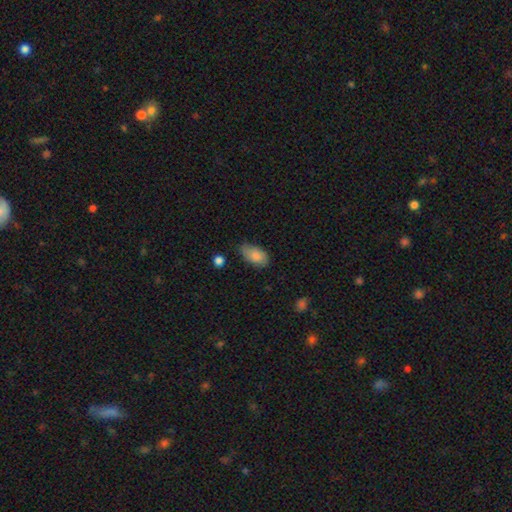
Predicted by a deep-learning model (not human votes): smooth 83%, featured or disk 10%, star or artifact 7%. Down the decision tree: how rounded — in between (93%); merging — none (59%).